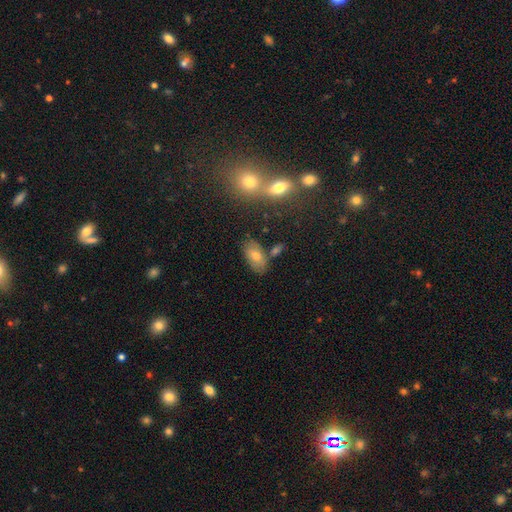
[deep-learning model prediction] Overall: smooth (71%). How rounded: in between (90%). Merging: none (73%).